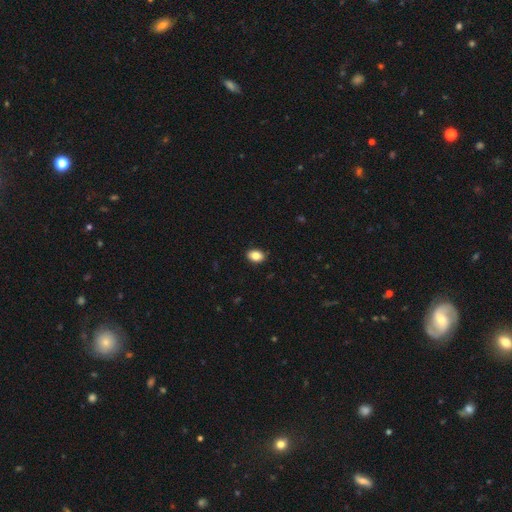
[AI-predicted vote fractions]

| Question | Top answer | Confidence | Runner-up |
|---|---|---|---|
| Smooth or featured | smooth | 85% | star or artifact (8%) |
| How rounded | in between | 80% | round (19%) |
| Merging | none | 88% | minor disturbance (9%) |